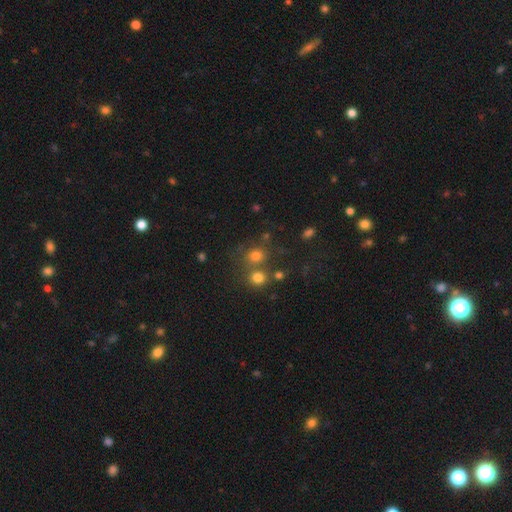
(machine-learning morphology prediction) type=smooth (74%); roundness=round (84%); merging=none (60%).